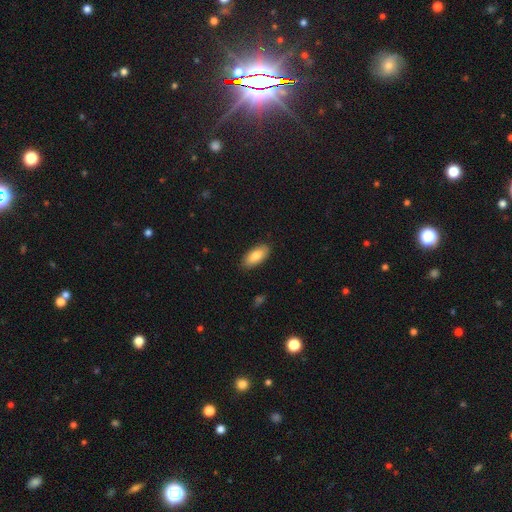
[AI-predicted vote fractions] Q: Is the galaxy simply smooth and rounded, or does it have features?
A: smooth — 81%.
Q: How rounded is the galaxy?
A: in between — 88%.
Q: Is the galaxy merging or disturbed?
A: none — 88%.